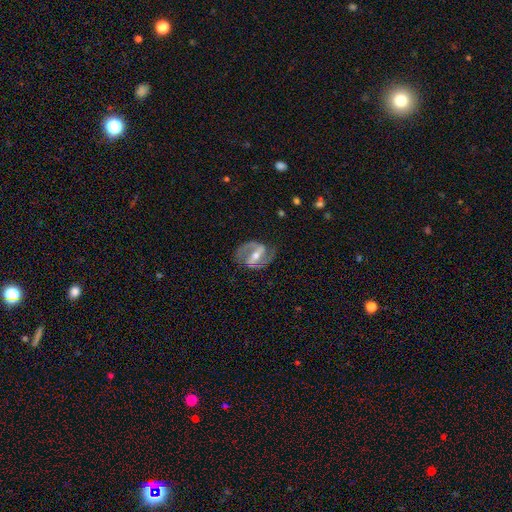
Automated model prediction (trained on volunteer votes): This appears to be a featured or disk galaxy (89%) with a strong bar (59%), 2 (92%) medium (57%) spiral arms (95%) and a moderate central bulge (61%). Merging: none (78%).